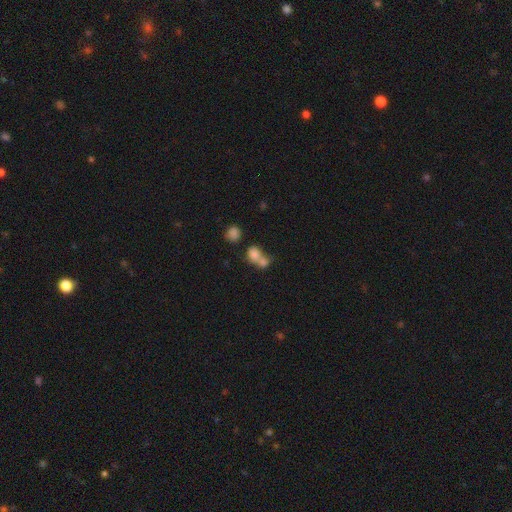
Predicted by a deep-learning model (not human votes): A smooth galaxy with no disk features (77%) that is round (58%).

Vote fractions:
- Smooth or featured? smooth: 77% / featured or disk: 12% / star or artifact: 11%
- How rounded? round: 58% / in between: 40% / cigar-shaped: 2%
- Merging? merger: 67% / none: 24% / minor disturbance: 6% / major disturbance: 4%